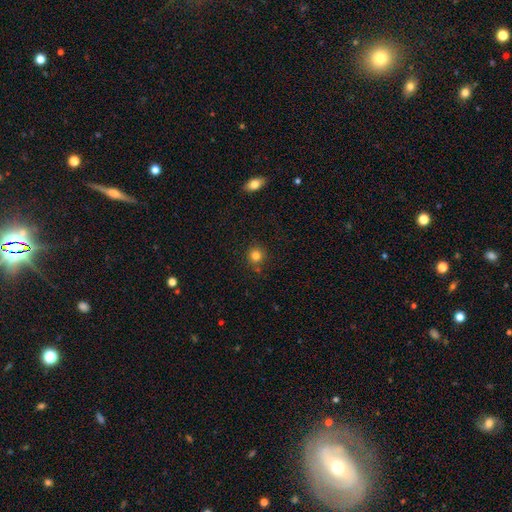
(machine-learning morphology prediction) Q: Smooth or featured?
A: smooth (82%); runner-up: star or artifact (12%)
Q: How rounded?
A: round (91%); runner-up: in between (8%)
Q: Merging?
A: none (81%); runner-up: minor disturbance (11%)